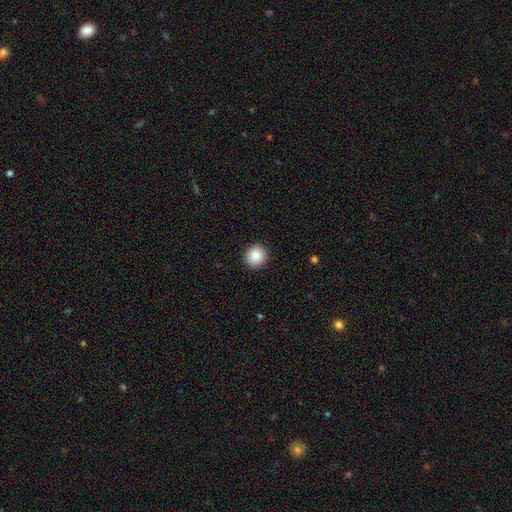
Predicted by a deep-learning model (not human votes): Smooth or featured? Predicted: smooth (p=0.87). How rounded? Predicted: round (p=0.92). Merging? Predicted: none (p=0.92).